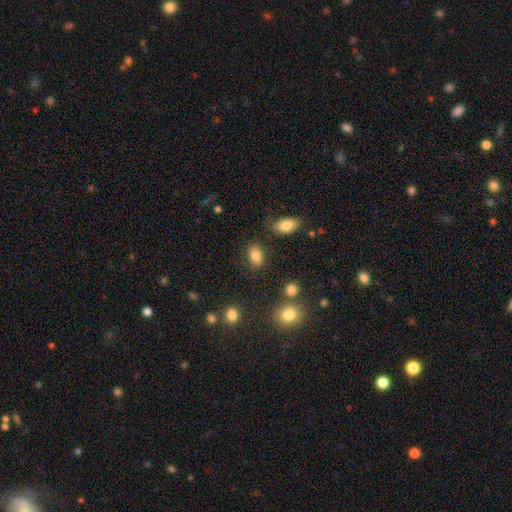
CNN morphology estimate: A smooth galaxy with no disk features (83%) that is in between round and cigar-shaped (82%).

Vote fractions:
- Smooth or featured? smooth: 83% / star or artifact: 10% / featured or disk: 8%
- How rounded? in between: 82% / round: 16% / cigar-shaped: 2%
- Merging? none: 81% / minor disturbance: 12% / merger: 4% / major disturbance: 4%